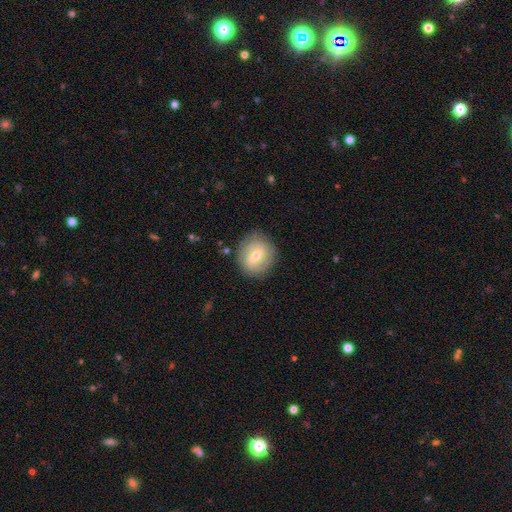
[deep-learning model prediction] Q: Smooth or featured?
A: smooth (47%); runner-up: featured or disk (46%)
Q: Merging?
A: none (82%); runner-up: minor disturbance (13%)